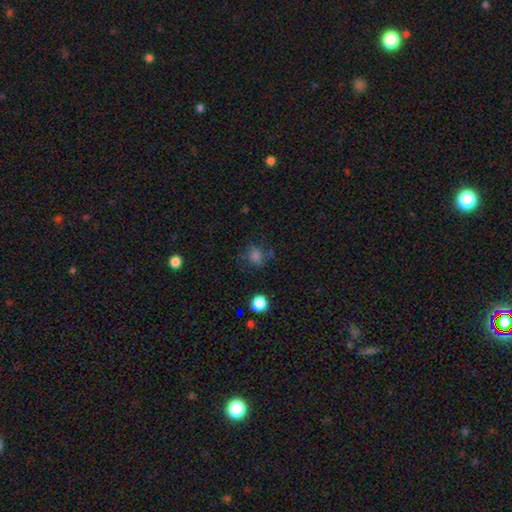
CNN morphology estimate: Q: Smooth or featured?
A: smooth (66%); runner-up: star or artifact (20%)
Q: How rounded?
A: round (72%); runner-up: in between (27%)
Q: Merging?
A: none (64%); runner-up: minor disturbance (20%)